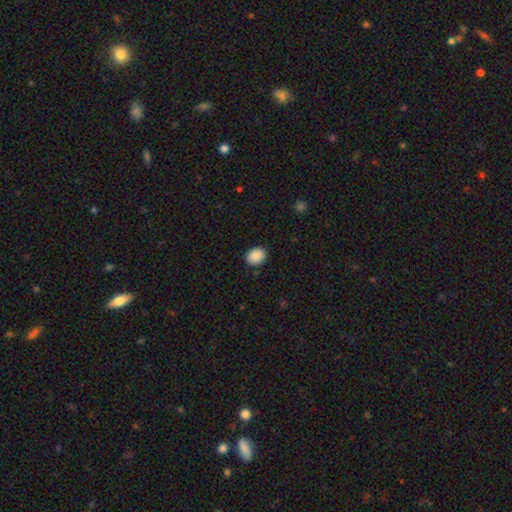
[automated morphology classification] This appears to be a smooth galaxy with no disk features (89%) that is in between round and cigar-shaped (54%). Merging: none (88%).